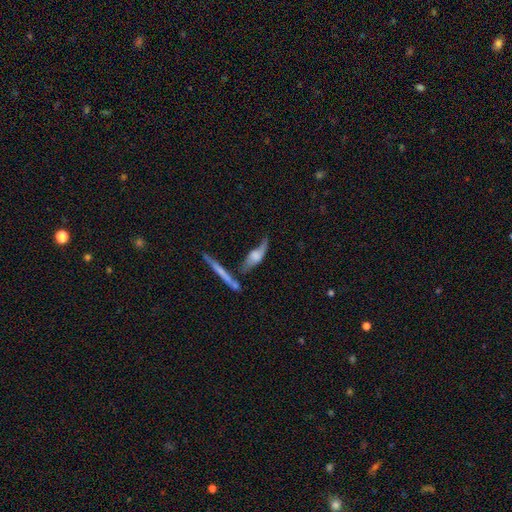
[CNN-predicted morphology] A featured or disk galaxy (62%). Merging: none (42%).